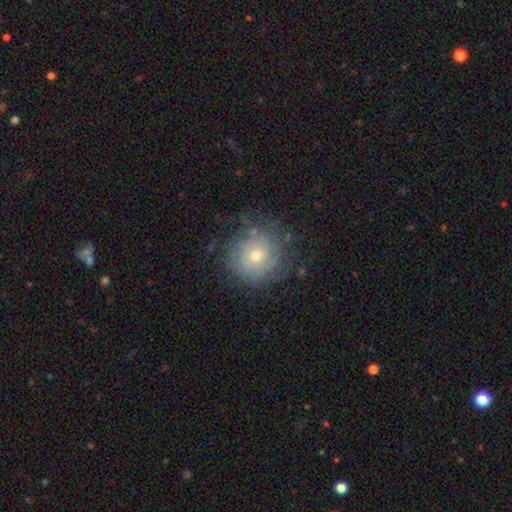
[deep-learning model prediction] Morphology: type=featured or disk (52%); edge-on=no (97%); bar=no (82%); spiral arms=yes (71%); bulge=moderate (54%); merging=none (71%).